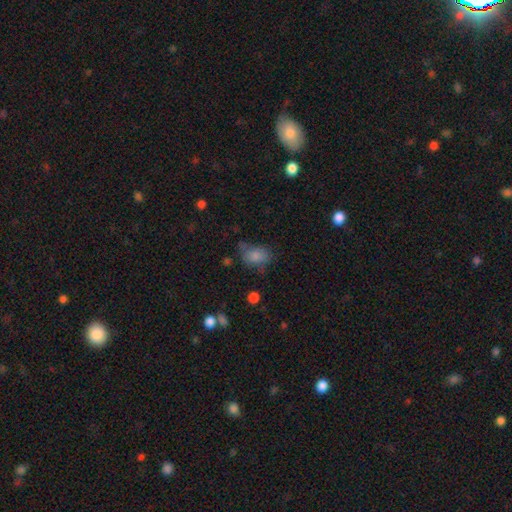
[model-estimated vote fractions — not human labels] smooth-or-featured: smooth: 79% | featured or disk: 11% | star or artifact: 10%
  how-rounded: in between: 81% | round: 17% | cigar-shaped: 2%
  merging: none: 50% | minor disturbance: 30% | major disturbance: 15% | merger: 5%